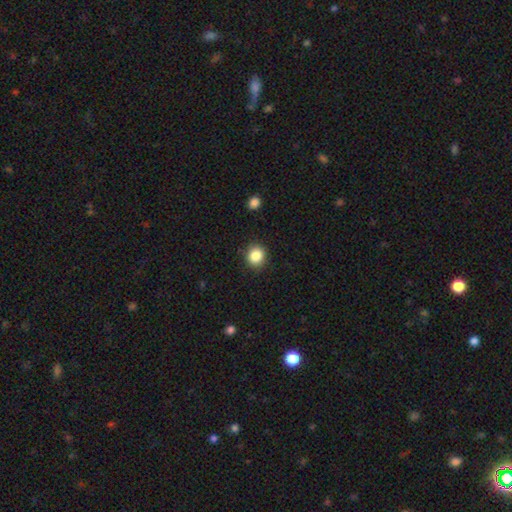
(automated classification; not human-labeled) Smooth or featured? smooth (85%)
How rounded? round (85%)
Merging? none (90%)